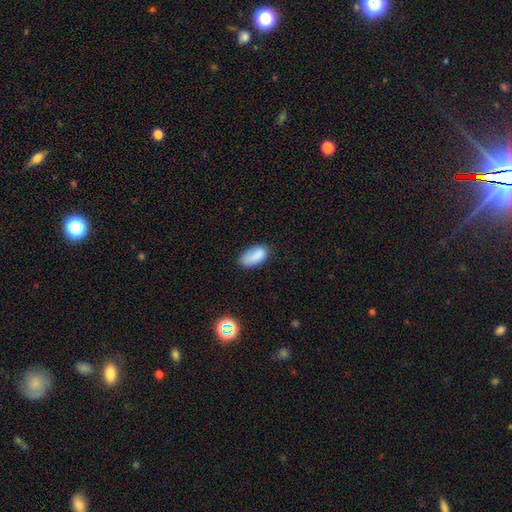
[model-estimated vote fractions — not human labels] Smooth or featured? smooth (85%)
How rounded? in between (93%)
Merging? none (70%)